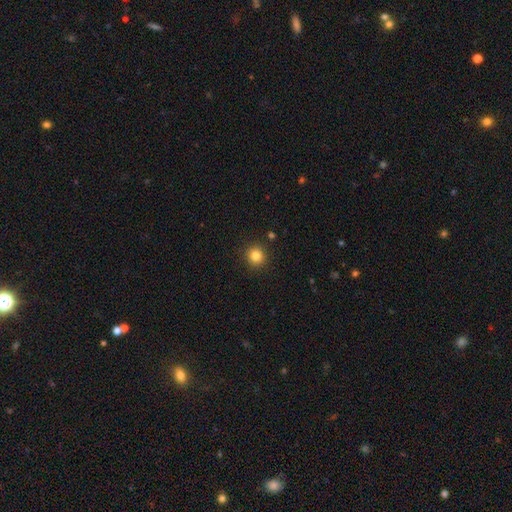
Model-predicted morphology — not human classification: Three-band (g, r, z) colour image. It shows a smooth galaxy with no disk features (83%) that is round (93%). Merging: none (91%).